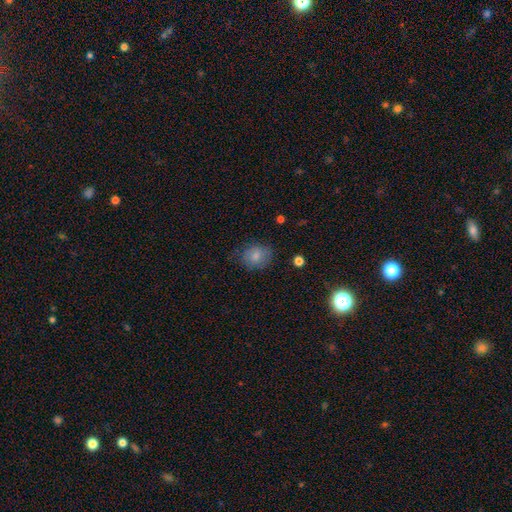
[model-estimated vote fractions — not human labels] A smooth galaxy with no disk features (79%) that is round (59%).

Vote fractions:
- Smooth or featured? smooth: 79% / featured or disk: 13% / star or artifact: 8%
- How rounded? round: 59% / in between: 40% / cigar-shaped: 1%
- Merging? none: 70% / minor disturbance: 21% / major disturbance: 7% / merger: 1%